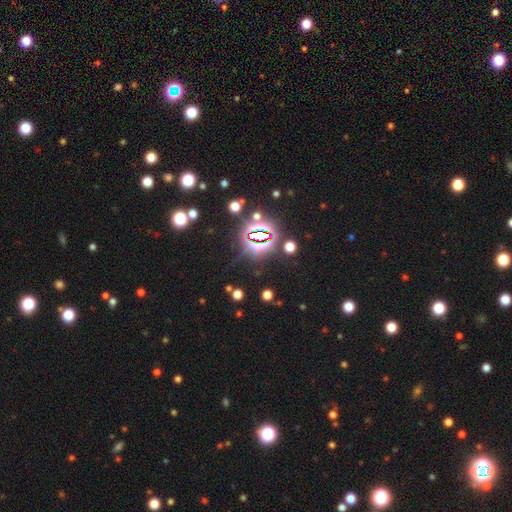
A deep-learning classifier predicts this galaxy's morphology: type=star or artifact (83%).